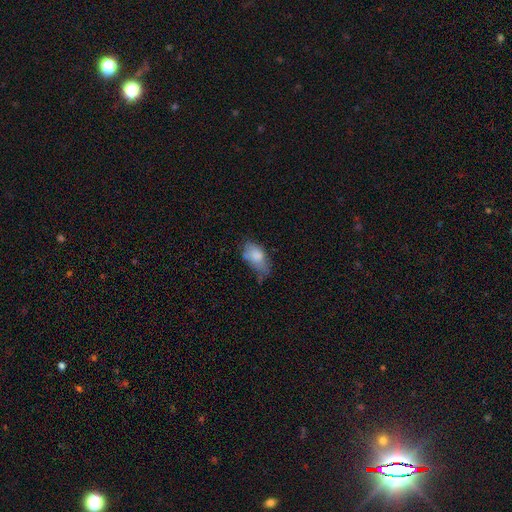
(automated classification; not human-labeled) Smooth or featured? smooth (75%)
How rounded? in between (91%)
Merging? minor disturbance (40%)